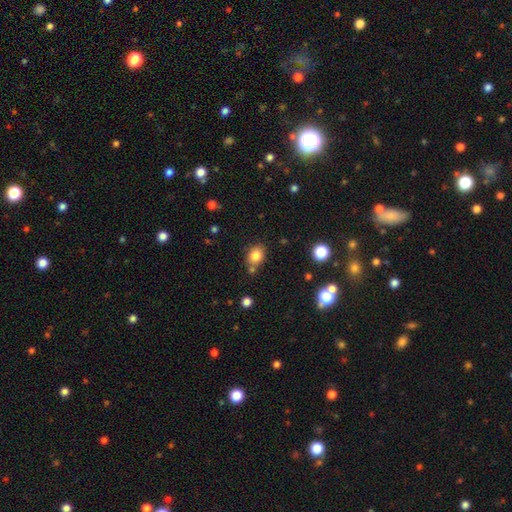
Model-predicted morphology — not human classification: smooth-or-featured: smooth: 82% | star or artifact: 11% | featured or disk: 8%
  how-rounded: in between: 55% | round: 44% | cigar-shaped: 1%
  merging: none: 69% | minor disturbance: 14% | merger: 13% | major disturbance: 4%